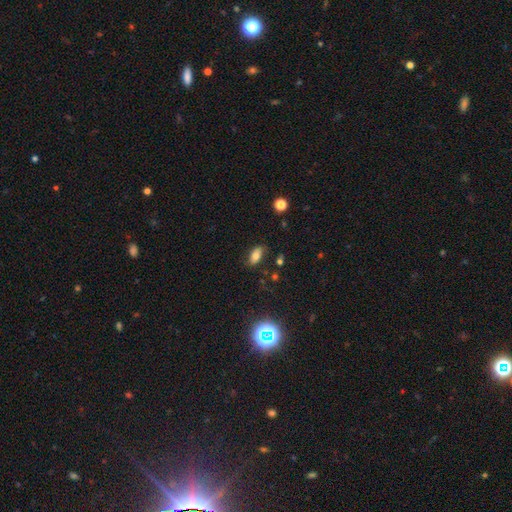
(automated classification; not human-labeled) Smooth or featured? Predicted: smooth (p=0.69). How rounded? Predicted: in between (p=0.87). Merging? Predicted: none (p=0.78).